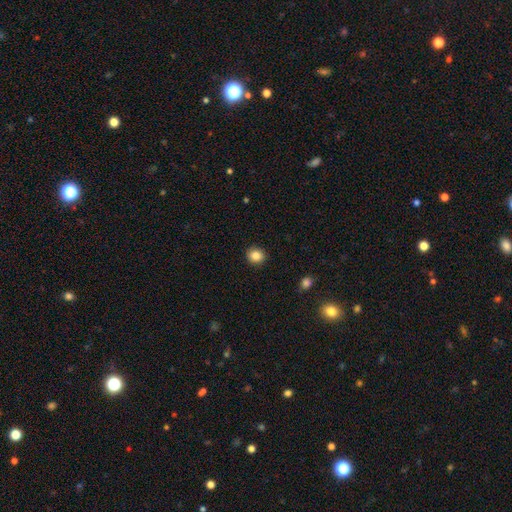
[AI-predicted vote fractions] This is clearly a smooth galaxy (86%). How rounded: clearly round (84%). Merging: clearly none (91%).